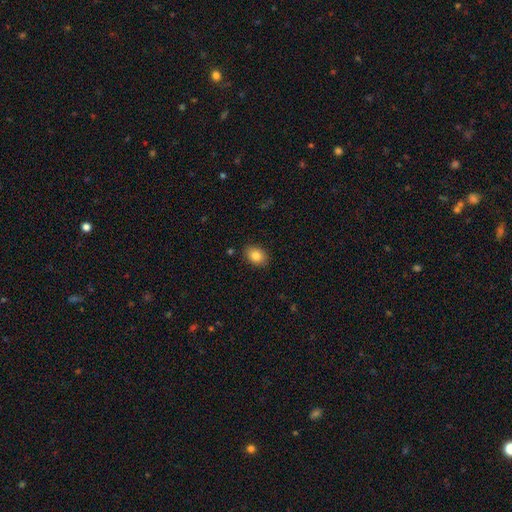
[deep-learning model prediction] A smooth galaxy with no disk features (84%) that is in between round and cigar-shaped (72%). Merging: none (88%).